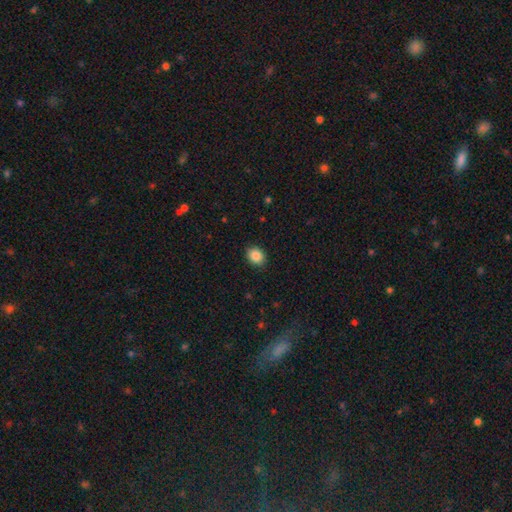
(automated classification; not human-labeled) smooth-or-featured: smooth: 87% | star or artifact: 8% | featured or disk: 4%
  how-rounded: round: 50% | in between: 49% | cigar-shaped: 1%
  merging: none: 89% | minor disturbance: 8% | major disturbance: 2% | merger: 1%